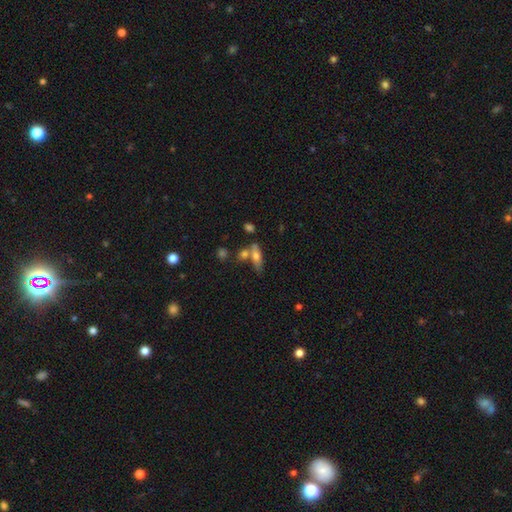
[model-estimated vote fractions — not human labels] Morphology: type=smooth (58%); roundness=cigar-shaped (48%, tied with in between); merging=none (52%).